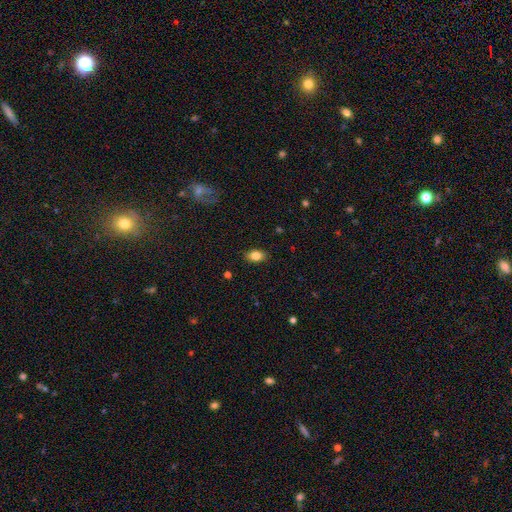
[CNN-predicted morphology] Overall: smooth (82%). How rounded: in between (82%). Merging: none (86%).